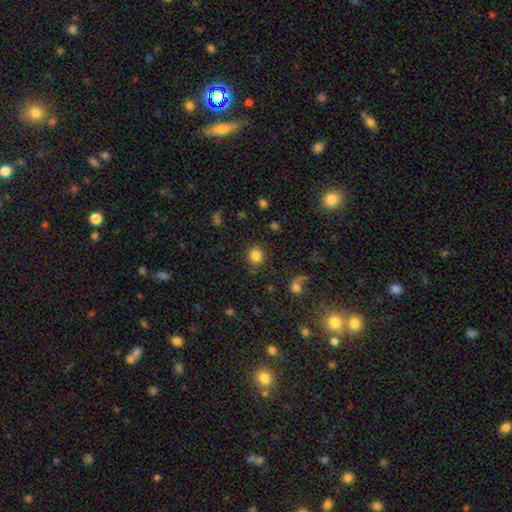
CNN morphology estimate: type=smooth (83%); roundness=round (88%); merging=none (87%).